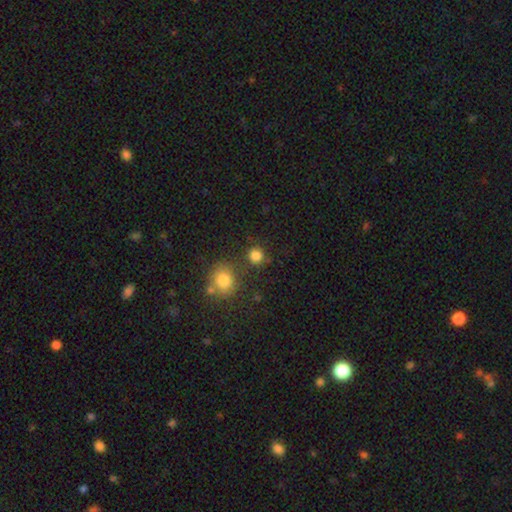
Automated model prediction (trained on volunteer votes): smooth_or_featured: smooth (p=0.82) [alt: star or artifact p=0.13]
how_rounded: round (p=0.91) [alt: in between p=0.08]
merging: none (p=0.79) [alt: minor disturbance p=0.09]